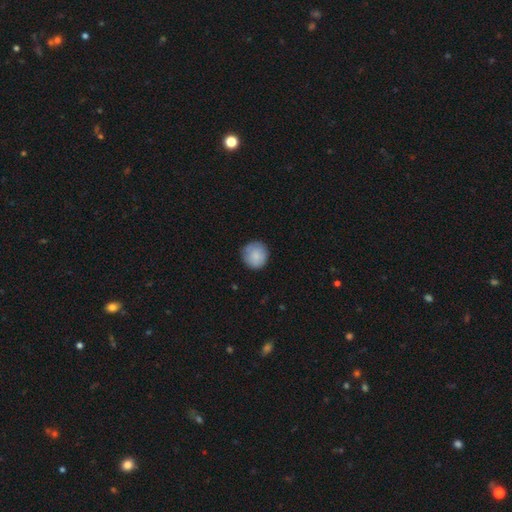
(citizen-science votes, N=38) Smooth or featured?
  - smooth: 71% *
  - featured or disk: 26%
  - star or artifact: 3%
How rounded?
  - round: 100% *
  - in between: 0%
  - cigar-shaped: 0%
Merging?
  - none: 89% *
  - minor disturbance: 8%
  - major disturbance: 3%
  - merger: 0%